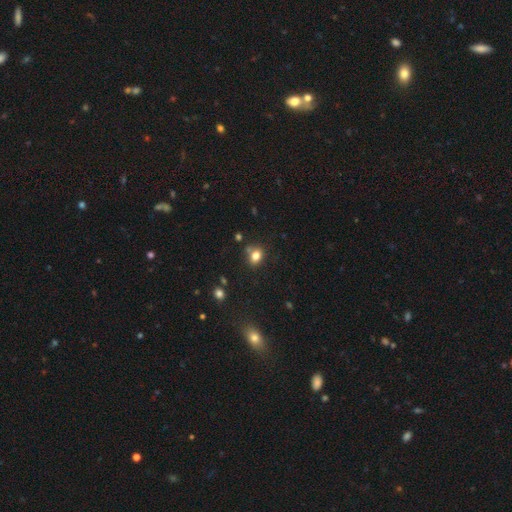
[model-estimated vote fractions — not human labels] A smooth galaxy with no disk features (79%) that is in between round and cigar-shaped (53%).

Vote fractions:
- Smooth or featured? smooth: 79% / star or artifact: 13% / featured or disk: 8%
- How rounded? in between: 53% / round: 46% / cigar-shaped: 1%
- Merging? none: 67% / minor disturbance: 16% / merger: 12% / major disturbance: 5%